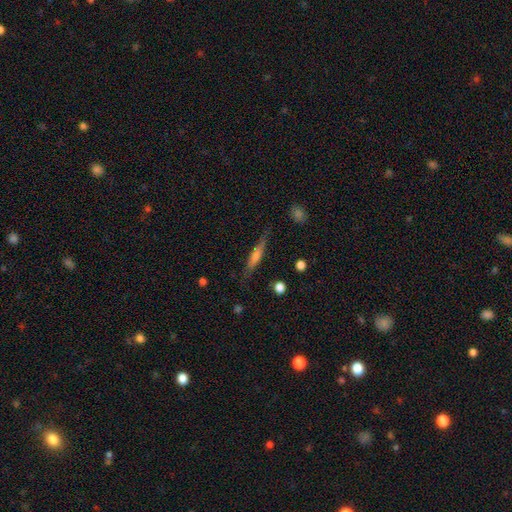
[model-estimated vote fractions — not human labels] Overall: featured or disk (48%; smooth 44%). Merging: none (80%).